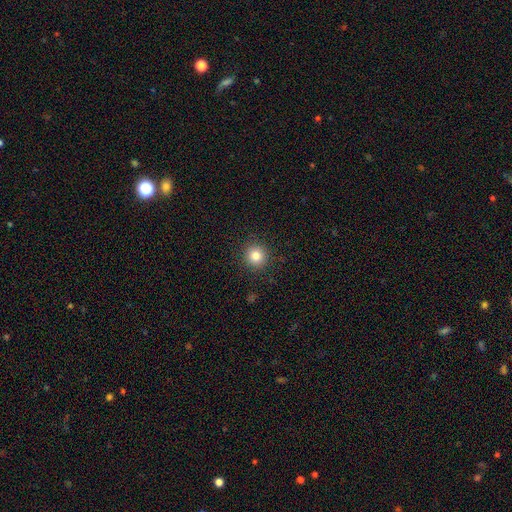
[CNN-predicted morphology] A smooth galaxy with no disk features (83%) that is round (94%).

Vote fractions:
- Smooth or featured? smooth: 83% / star or artifact: 11% / featured or disk: 6%
- How rounded? round: 94% / in between: 5% / cigar-shaped: 1%
- Merging? none: 91% / minor disturbance: 6% / major disturbance: 2% / merger: 1%